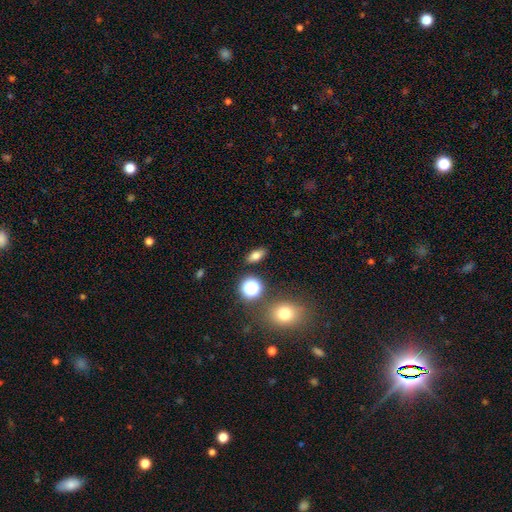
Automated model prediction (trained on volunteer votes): Smooth or featured? Predicted: smooth (p=0.72). How rounded? Predicted: in between (p=0.74). Merging? Predicted: none (p=0.87).